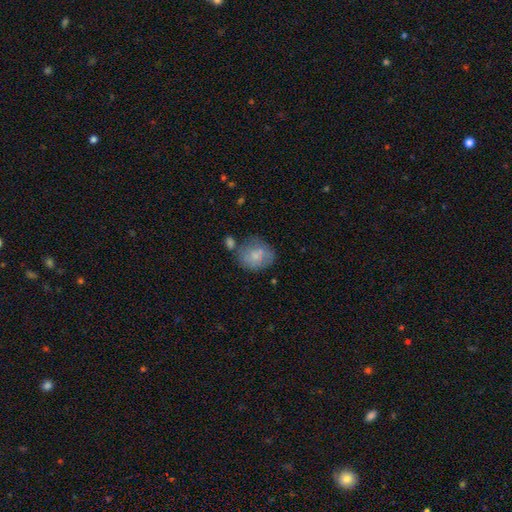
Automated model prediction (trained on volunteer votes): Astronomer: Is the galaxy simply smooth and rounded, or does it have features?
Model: smooth — 69%.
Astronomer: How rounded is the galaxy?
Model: round — 65%.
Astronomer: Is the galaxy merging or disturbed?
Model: none — 48% (runner-up: minor disturbance, 23%).